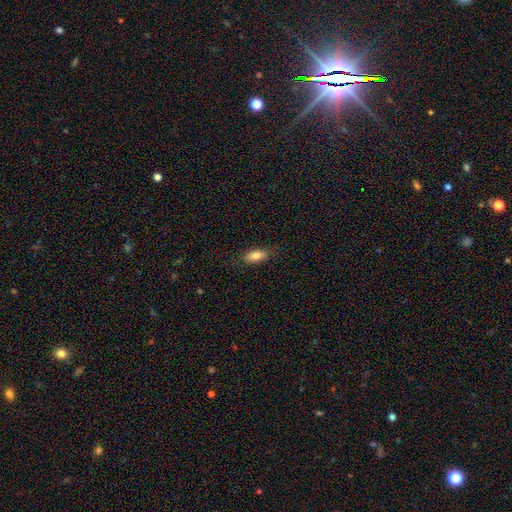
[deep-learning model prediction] This appears to be a smooth galaxy with no disk features (80%) that is in between round and cigar-shaped (80%). Merging: none (83%).